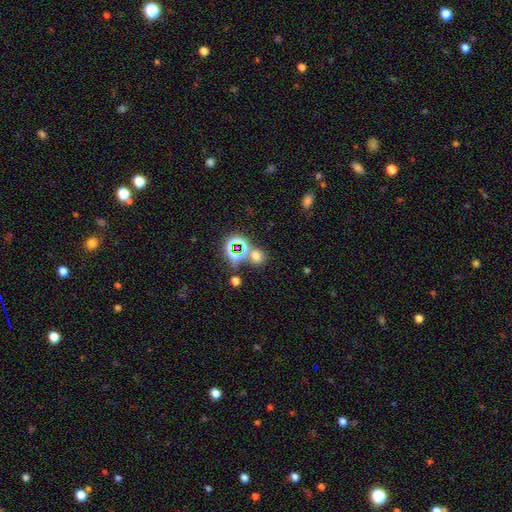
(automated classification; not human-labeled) smooth_or_featured: smooth (p=0.56) [alt: star or artifact p=0.37]
how_rounded: round (p=0.73) [alt: in between p=0.25]
merging: none (p=0.67) [alt: merger p=0.19]